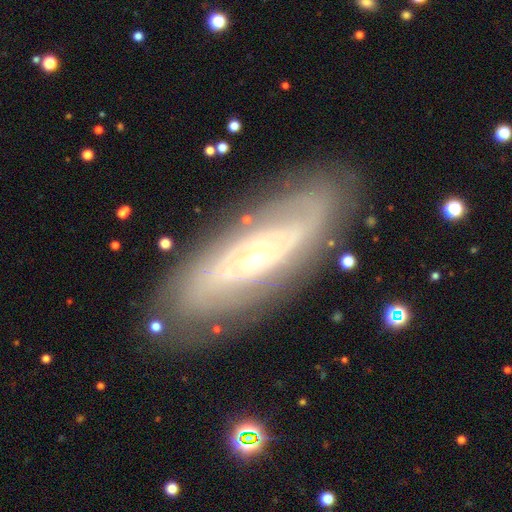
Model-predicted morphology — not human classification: This is likely a featured or disk galaxy (76%). It is clearly not viewed edge-on (84%). Bar: likely no (76%). Spiral arm pattern: likely yes (71%). Central bulge: possibly small (54%). Merging: clearly none (81%).